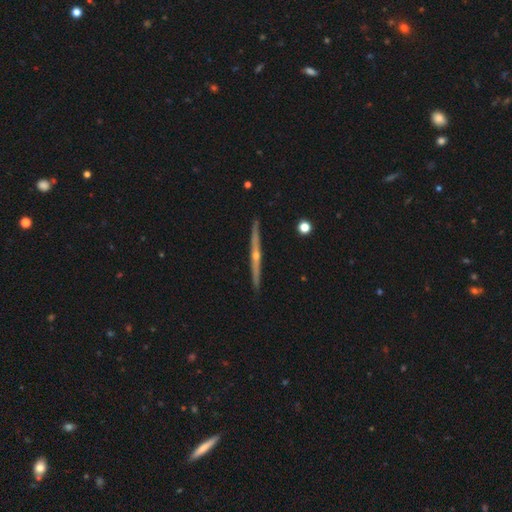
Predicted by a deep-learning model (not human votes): A featured or disk galaxy (81%) viewed edge-on (98%) with a rounded central bulge (82%).

Vote fractions:
- Smooth or featured? featured or disk: 81% / smooth: 14% / star or artifact: 5%
- Edge-on disk? yes: 98% / no: 2%
- Edge-on bulge? rounded: 82% / none: 15% / boxy: 3%
- Merging? none: 92% / minor disturbance: 6% / merger: 1% / major disturbance: 1%